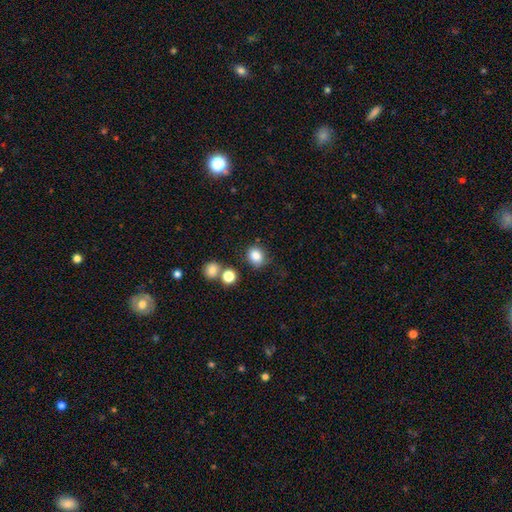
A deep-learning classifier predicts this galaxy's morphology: smooth_or_featured: smooth (p=0.84) [alt: star or artifact p=0.11]
how_rounded: round (p=0.66) [alt: in between p=0.33]
merging: none (p=0.76) [alt: minor disturbance p=0.13]